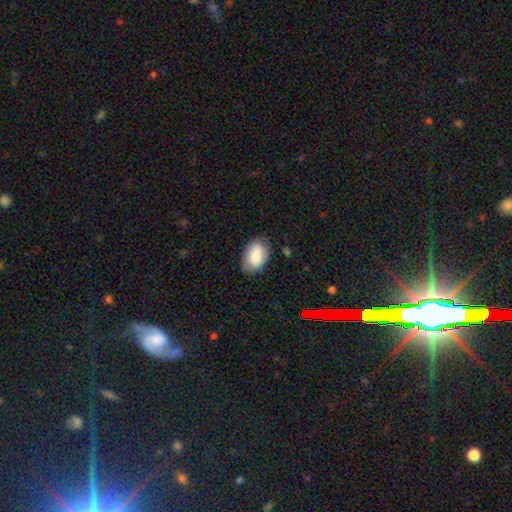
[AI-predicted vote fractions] smooth 78%, featured or disk 16%, star or artifact 7%. Down the decision tree: how rounded — in between (92%); merging — none (79%).